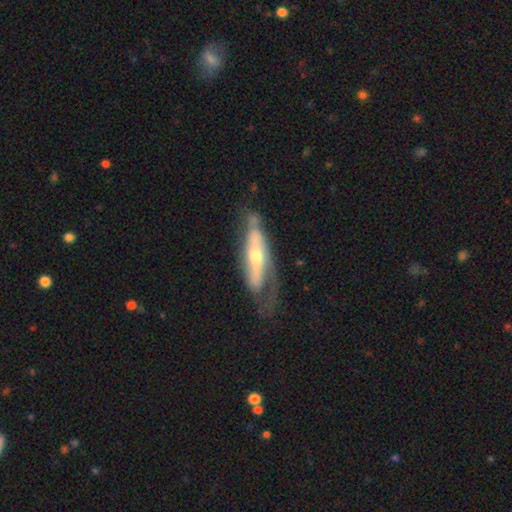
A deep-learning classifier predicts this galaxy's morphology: Smooth or featured? featured or disk (67%)
Edge-on disk? no (58%)
Merging? none (43%)